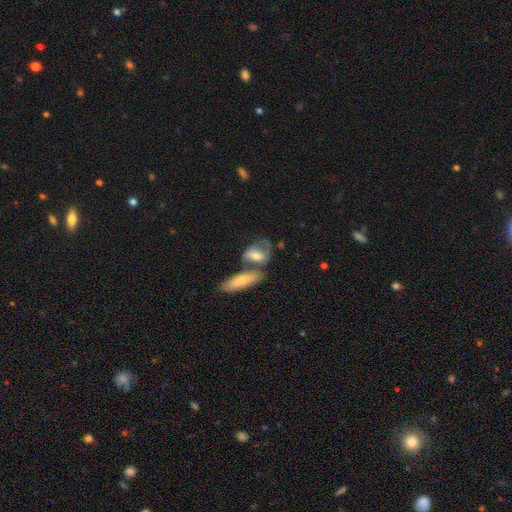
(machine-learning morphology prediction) Smooth or featured?
  - smooth: 54% *
  - featured or disk: 39%
  - star or artifact: 7%
How rounded?
  - in between: 67% *
  - cigar-shaped: 18%
  - round: 16%
Merging?
  - merger: 40% *
  - none: 37%
  - minor disturbance: 15%
  - major disturbance: 8%